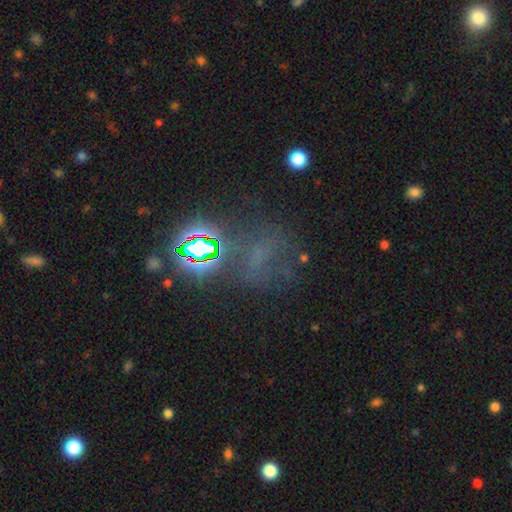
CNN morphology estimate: Smooth or featured?
  - star or artifact: 55% *
  - smooth: 26%
  - featured or disk: 19%